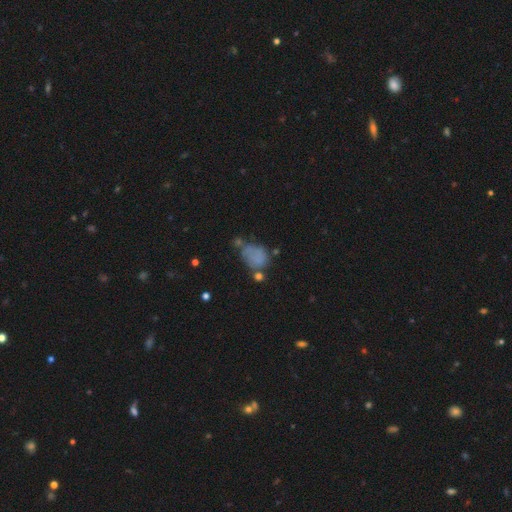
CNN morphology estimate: A smooth galaxy with no disk features (64%) that is in between round and cigar-shaped (67%).

Vote fractions:
- Smooth or featured? smooth: 64% / featured or disk: 22% / star or artifact: 14%
- How rounded? in between: 67% / round: 31% / cigar-shaped: 2%
- Merging? none: 35% / minor disturbance: 27% / major disturbance: 20% / merger: 17%